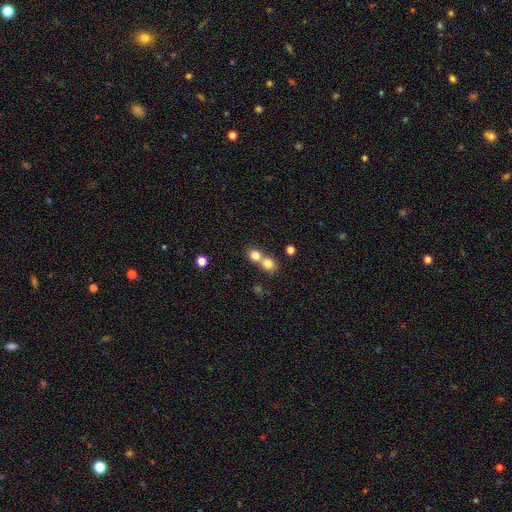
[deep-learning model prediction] Morphology: type=smooth (78%); roundness=round (80%); merging=merger (58%).